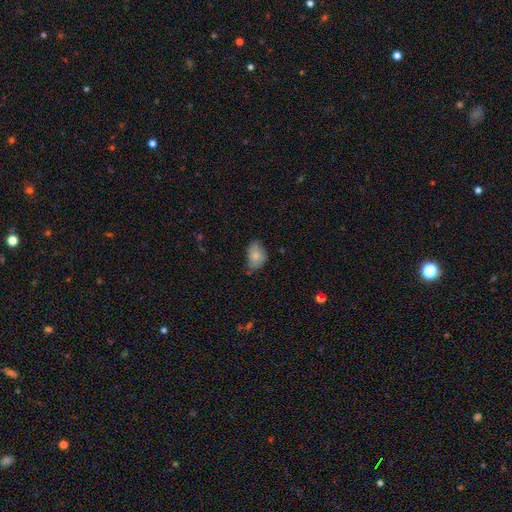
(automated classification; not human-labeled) Smooth or featured? Predicted: smooth (p=0.80). How rounded? Predicted: in between (p=0.79). Merging? Predicted: none (p=0.56).